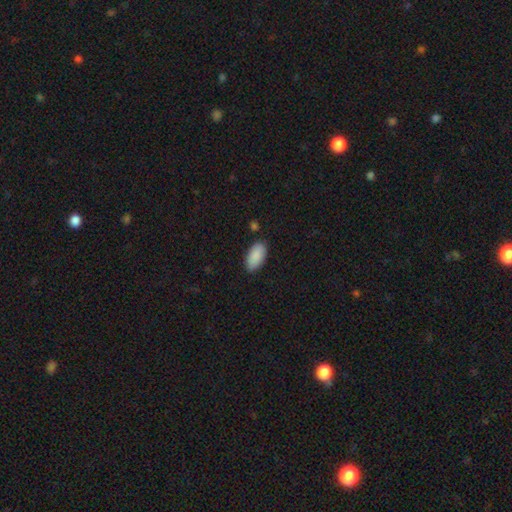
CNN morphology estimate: type=smooth (90%); roundness=in between (94%); merging=none (86%).